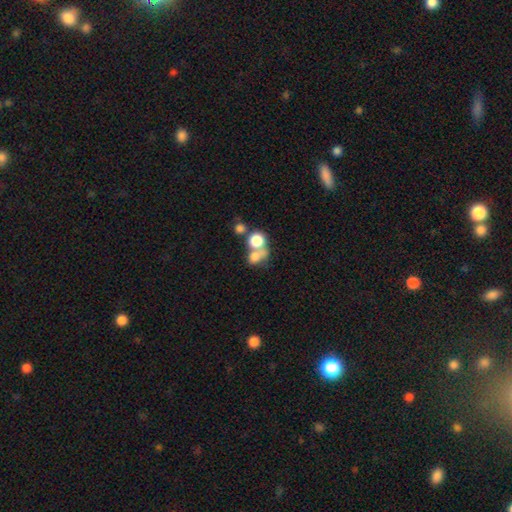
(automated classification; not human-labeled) smooth 72%, featured or disk 15%, star or artifact 13%. Down the decision tree: how rounded — round (63%); merging — merger (57%).